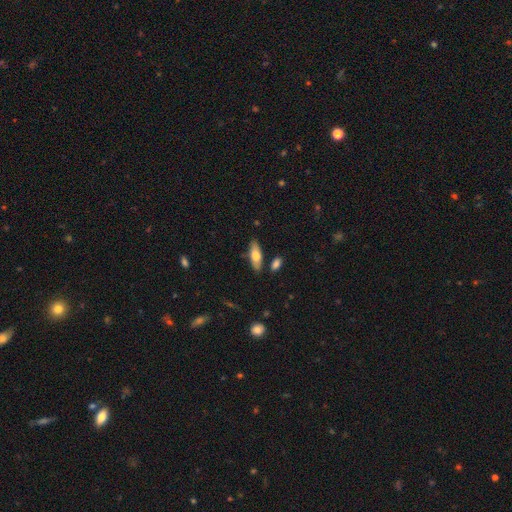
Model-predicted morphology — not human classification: This is likely a smooth galaxy (68%). How rounded: likely in between (67%). Merging: clearly none (82%).